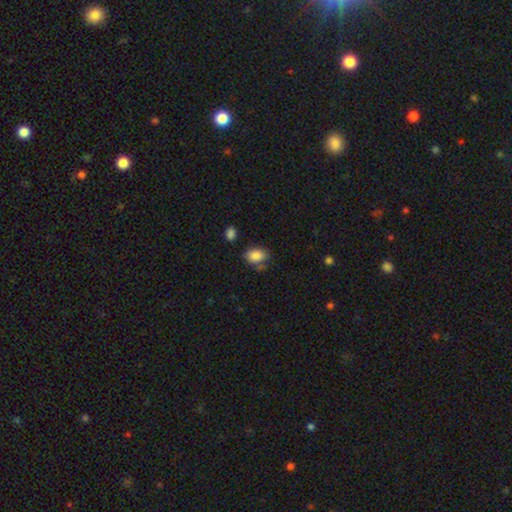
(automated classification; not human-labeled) This is clearly a smooth galaxy (86%). How rounded: clearly in between (82%). Merging: likely none (67%).